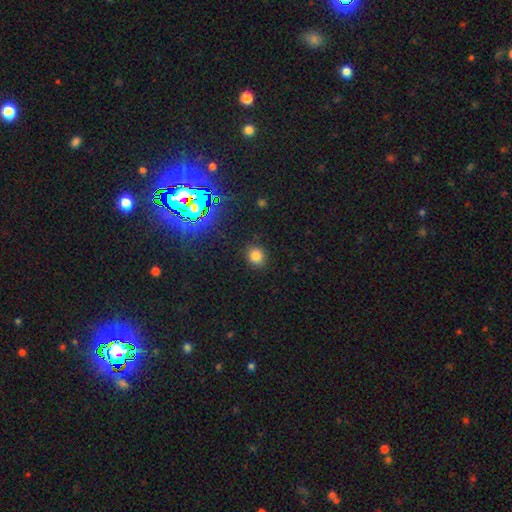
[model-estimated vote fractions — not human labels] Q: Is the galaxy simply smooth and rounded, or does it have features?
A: smooth — 78%.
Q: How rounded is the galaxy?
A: round — 81%.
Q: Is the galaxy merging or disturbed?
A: none — 89%.